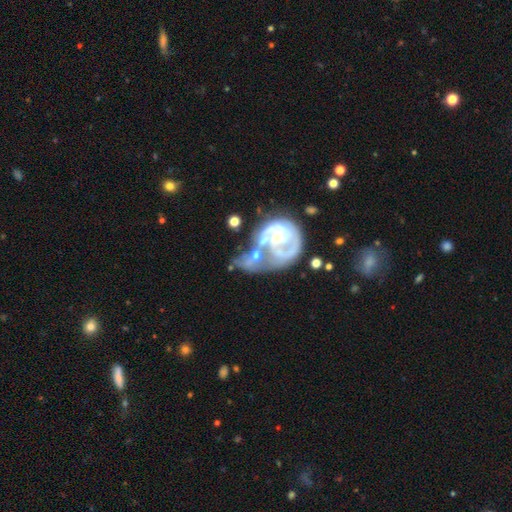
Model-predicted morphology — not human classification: smooth_or_featured: featured or disk (p=0.76) [alt: smooth p=0.15]
disk_edge_on: no (p=0.98) [alt: yes p=0.02]
bar: no (p=0.71) [alt: weak p=0.22]
has_spiral_arms: yes (p=0.68) [alt: no p=0.32]
spiral_winding: tight (p=0.42) [alt: medium p=0.36]
spiral_arm_count: can't tell (p=0.34) [alt: 2 p=0.28]
bulge_size: none (p=0.34) [alt: small p=0.33]
merging: merger (p=0.36) [alt: major disturbance p=0.27]